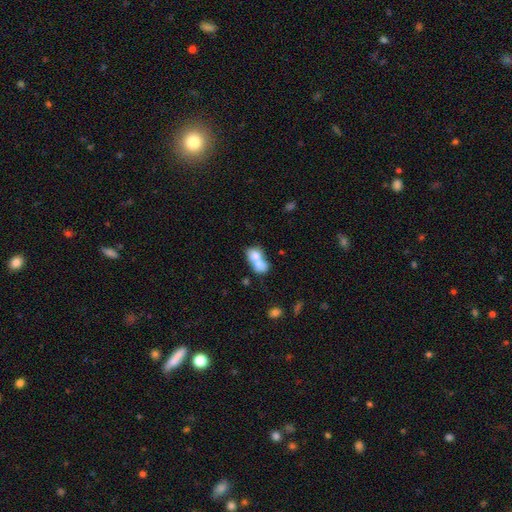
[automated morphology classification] Smooth or featured? Predicted: smooth (p=0.69). How rounded? Predicted: in between (p=0.58). Merging? Predicted: merger (p=0.78).